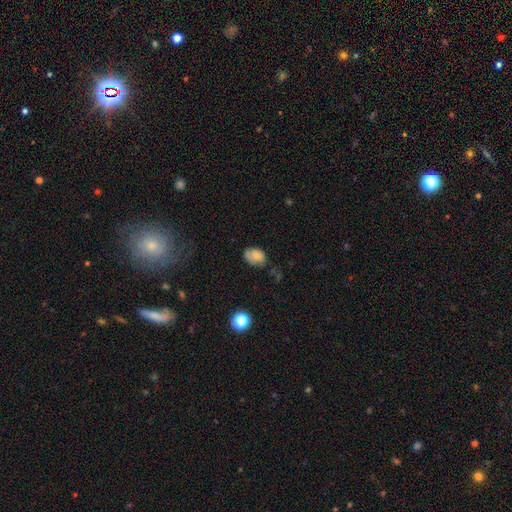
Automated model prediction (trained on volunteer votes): A smooth galaxy with no disk features (71%) that is in between round and cigar-shaped (77%). Merging: none (52%).